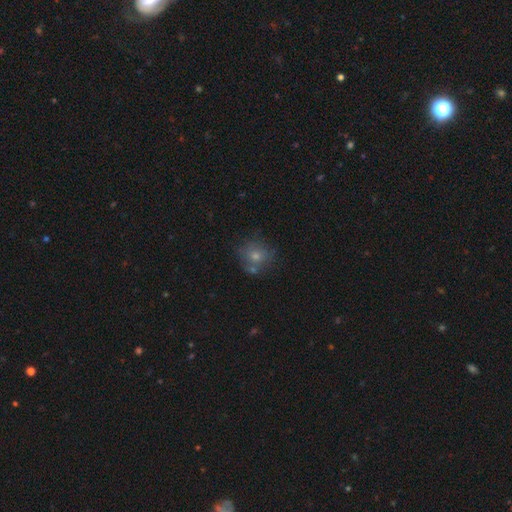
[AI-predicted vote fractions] Smooth or featured? smooth (58%)
How rounded? round (86%)
Merging? none (70%)